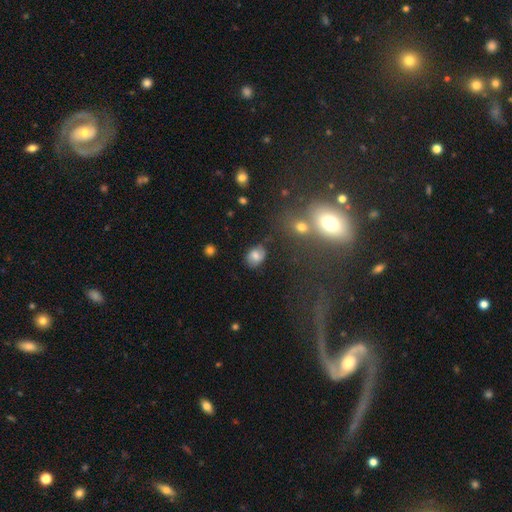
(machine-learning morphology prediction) This is likely a smooth galaxy (73%). How rounded: likely in between (70%). Merging: likely none (72%).